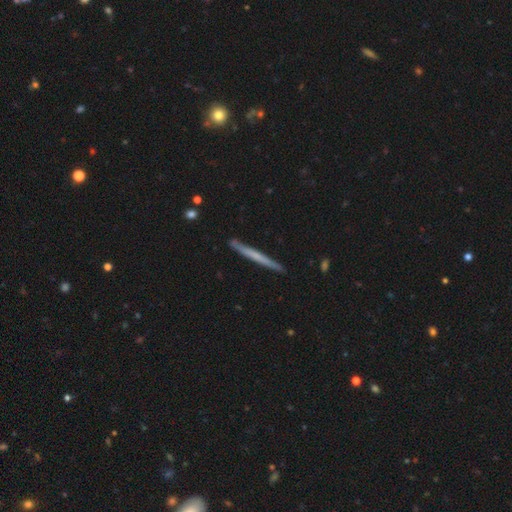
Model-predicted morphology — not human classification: This is possibly a smooth galaxy (48%). Merging: clearly none (90%).